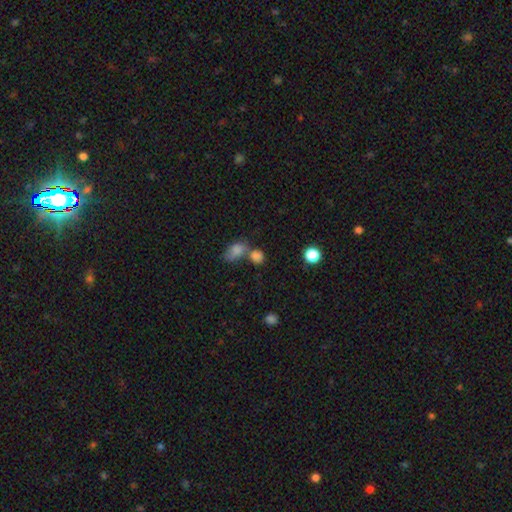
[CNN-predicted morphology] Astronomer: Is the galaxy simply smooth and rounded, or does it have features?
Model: smooth — 79%.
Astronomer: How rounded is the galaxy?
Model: round — 54% (runner-up: in between, 44%).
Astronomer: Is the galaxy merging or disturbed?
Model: merger — 44% (runner-up: none, 41%).